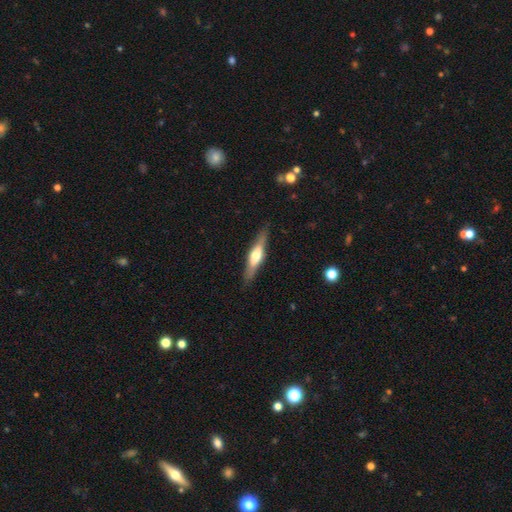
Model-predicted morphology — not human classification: smooth-or-featured: featured or disk: 62% | smooth: 33% | star or artifact: 5%
  disk-edge-on: yes: 94% | no: 6%
    edge-on-bulge: rounded: 89% | boxy: 8% | none: 4%
  merging: none: 87% | minor disturbance: 9% | major disturbance: 2% | merger: 1%